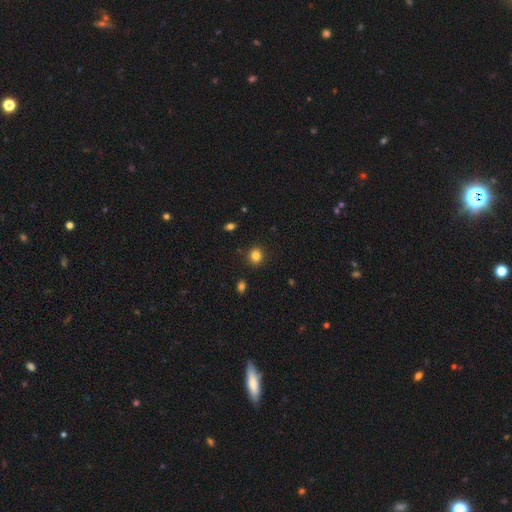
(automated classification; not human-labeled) This is clearly a smooth galaxy (84%). How rounded: likely round (78%). Merging: clearly none (89%).